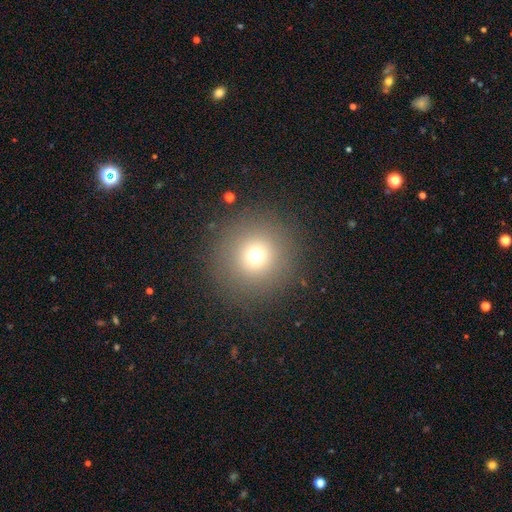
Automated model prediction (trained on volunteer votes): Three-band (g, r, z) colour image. It shows a smooth galaxy with no disk features (71%) that is round (96%). Merging: none (89%).